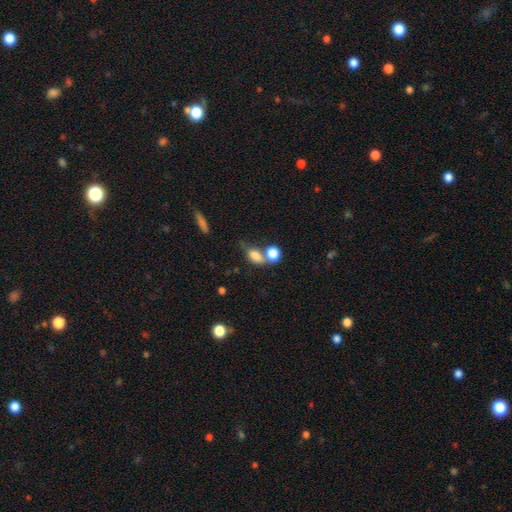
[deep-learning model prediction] The model was most divided on "merging": merger: 43%, none: 33%, minor disturbance: 14%, major disturbance: 9%. More confident: smooth or featured — smooth (80%); how rounded — in between (75%).